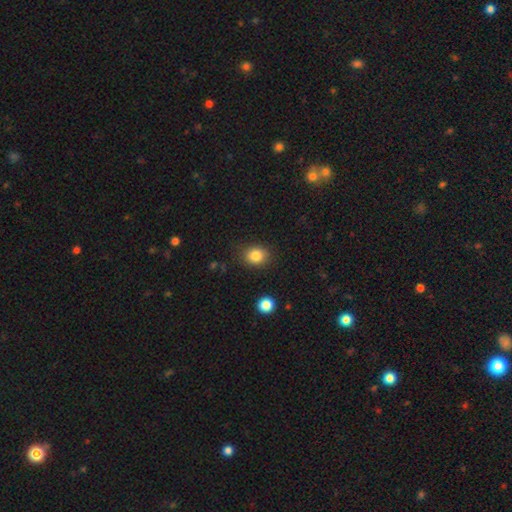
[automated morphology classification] Smooth or featured?
  - smooth: 84% *
  - star or artifact: 10%
  - featured or disk: 6%
How rounded?
  - round: 60% *
  - in between: 39%
  - cigar-shaped: 1%
Merging?
  - none: 85% *
  - minor disturbance: 10%
  - major disturbance: 3%
  - merger: 2%